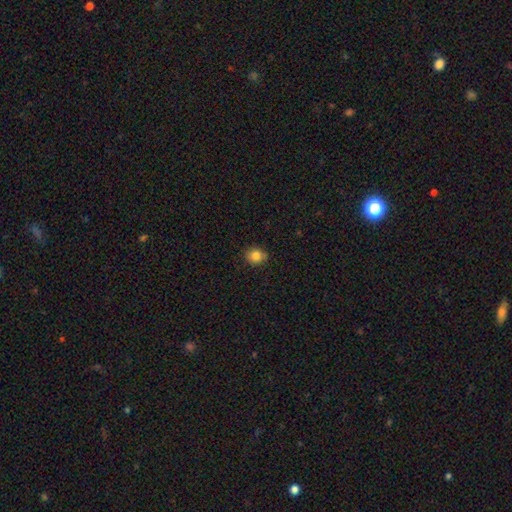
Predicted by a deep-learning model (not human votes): Smooth or featured: smooth — 83% (star or artifact — 10%)
How rounded: round — 76% (in between — 23%)
Merging: none — 84% (minor disturbance — 13%)